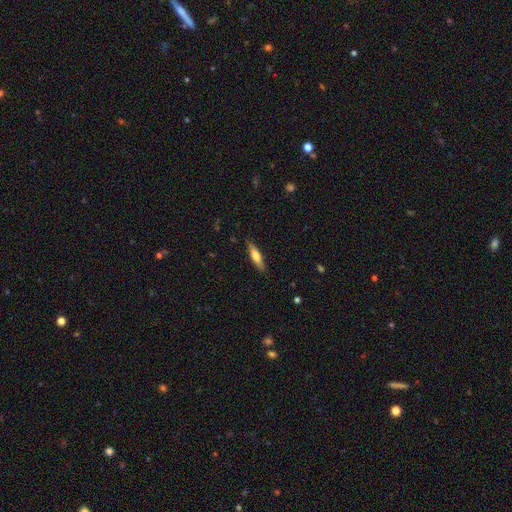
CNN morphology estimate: smooth 53%, featured or disk 41%, star or artifact 6%. Down the decision tree: how rounded — cigar-shaped (78%); merging — none (87%).